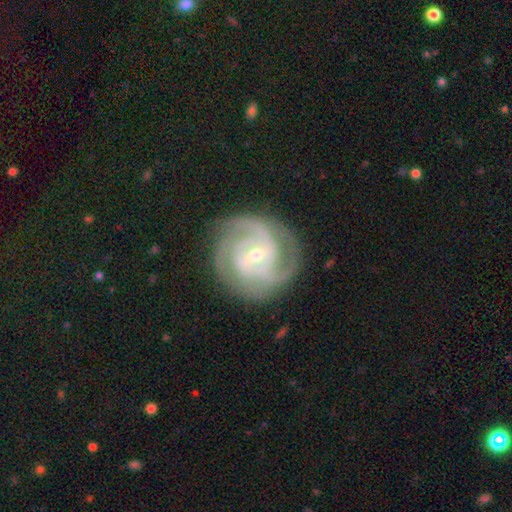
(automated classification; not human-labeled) featured or disk 90%, smooth 6%, star or artifact 5%. Down the decision tree: edge-on disk — no (98%); bar — weak (47%); spiral arms — yes (98%); spiral arm count — 3 (43%); spiral winding — tight (63%); bulge size — small (60%); merging — none (81%).